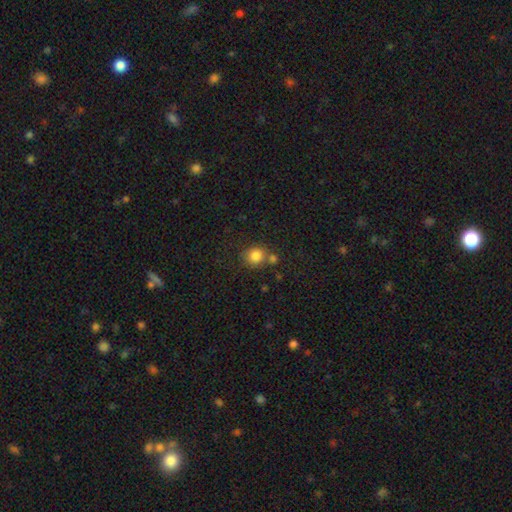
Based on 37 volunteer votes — A smooth galaxy with no disk features (92%) that is round (85%). Merging: none (50%).